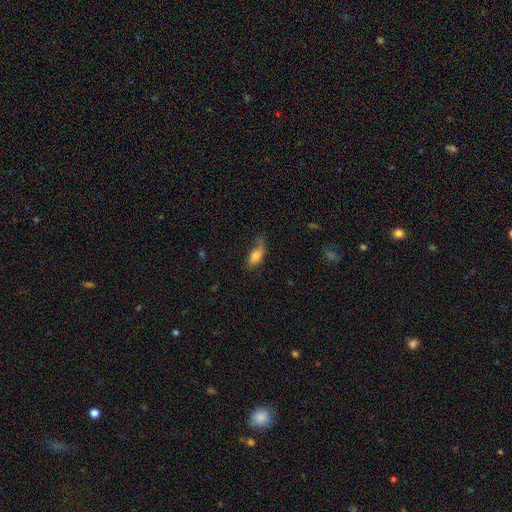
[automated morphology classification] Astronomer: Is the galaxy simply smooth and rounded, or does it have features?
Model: smooth — 69%.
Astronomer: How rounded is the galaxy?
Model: in between — 80%.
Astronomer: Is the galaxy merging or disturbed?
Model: none — 40% (runner-up: minor disturbance, 34%).